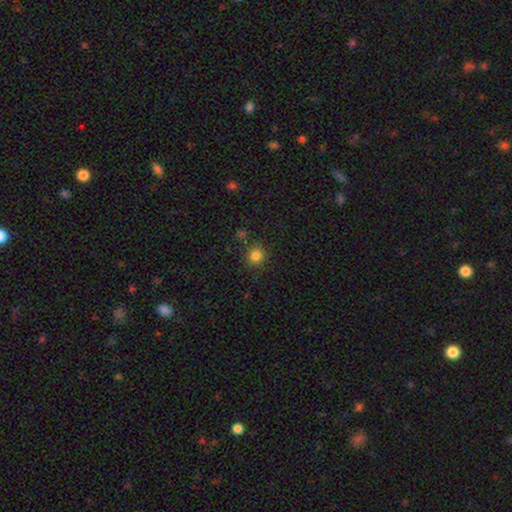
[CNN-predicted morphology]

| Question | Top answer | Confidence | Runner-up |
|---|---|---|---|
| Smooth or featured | smooth | 83% | star or artifact (13%) |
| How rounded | round | 89% | in between (10%) |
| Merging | none | 84% | minor disturbance (9%) |